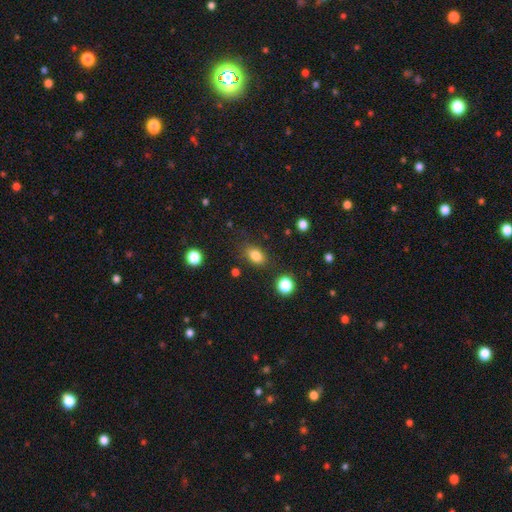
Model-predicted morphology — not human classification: Smooth or featured?
  - smooth: 83% *
  - star or artifact: 10%
  - featured or disk: 7%
How rounded?
  - in between: 79% *
  - round: 19%
  - cigar-shaped: 2%
Merging?
  - none: 80% *
  - minor disturbance: 13%
  - major disturbance: 4%
  - merger: 3%